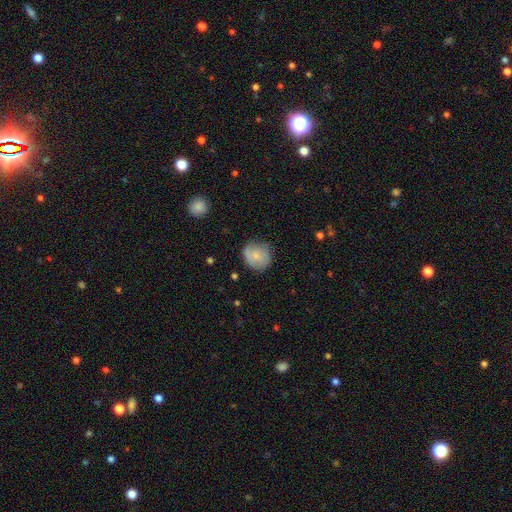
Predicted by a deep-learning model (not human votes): A smooth galaxy with no disk features (66%) that is round (84%). Merging: none (69%).